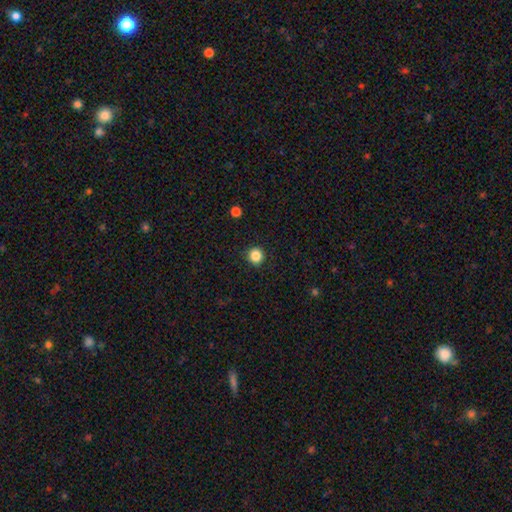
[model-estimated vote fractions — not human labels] This is clearly a smooth galaxy (86%). How rounded: clearly round (93%). Merging: clearly none (92%).